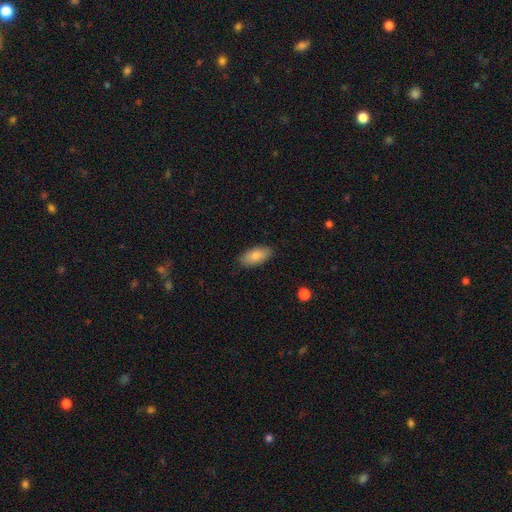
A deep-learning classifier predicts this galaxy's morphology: smooth_or_featured: smooth (p=0.82) [alt: featured or disk p=0.11]
how_rounded: in between (p=0.91) [alt: cigar-shaped p=0.06]
merging: none (p=0.87) [alt: minor disturbance p=0.10]